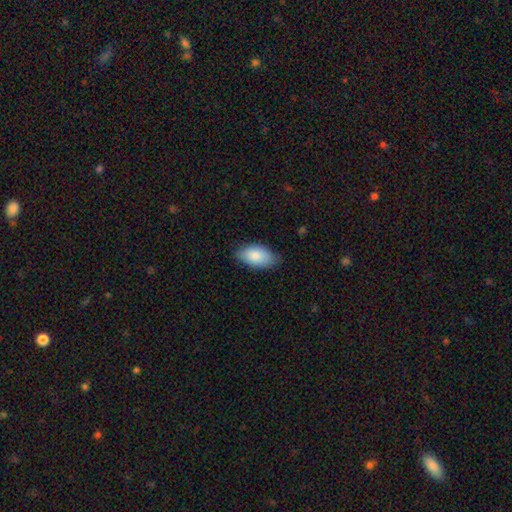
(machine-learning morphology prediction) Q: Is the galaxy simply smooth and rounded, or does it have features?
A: smooth — 85%.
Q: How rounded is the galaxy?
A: in between — 95%.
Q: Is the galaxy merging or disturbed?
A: none — 77%.